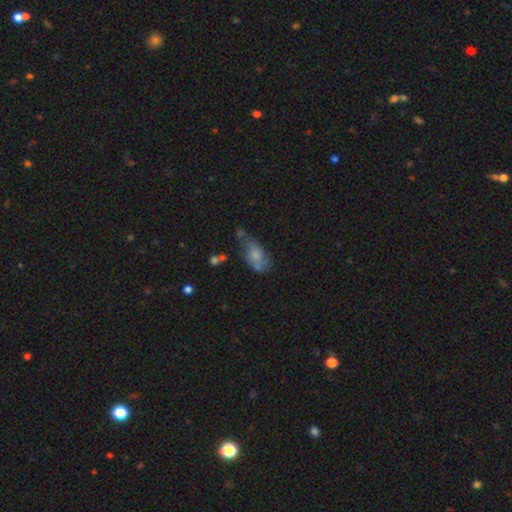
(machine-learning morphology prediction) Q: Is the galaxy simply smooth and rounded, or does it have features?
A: smooth — 67%.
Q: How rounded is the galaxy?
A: in between — 89%.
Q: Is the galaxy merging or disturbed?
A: none — 40%.